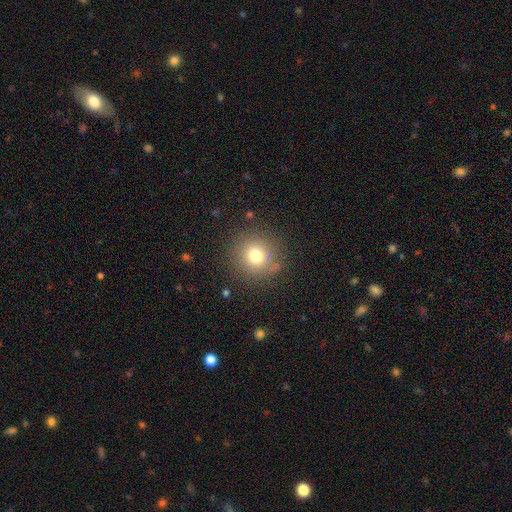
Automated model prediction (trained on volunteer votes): smooth-or-featured: smooth: 74% | star or artifact: 15% | featured or disk: 11%
  how-rounded: round: 93% | in between: 6% | cigar-shaped: 1%
  merging: none: 83% | minor disturbance: 10% | major disturbance: 5% | merger: 2%